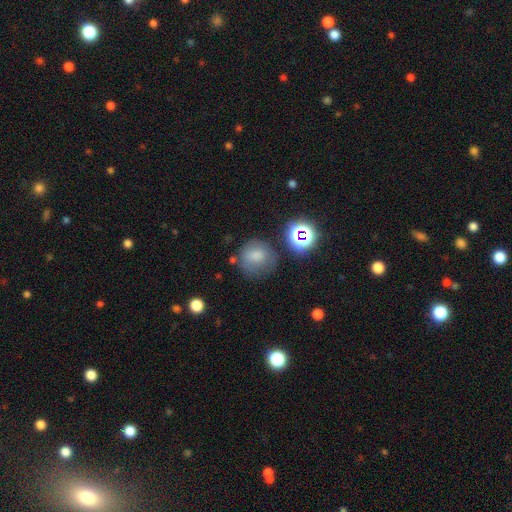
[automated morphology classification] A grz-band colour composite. It shows a smooth galaxy with no disk features (73%) that is round (82%). Merging: none (64%).